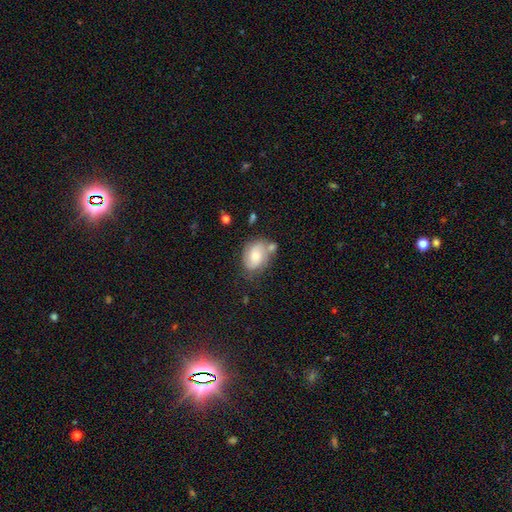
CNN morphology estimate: Smooth or featured? Predicted: smooth (p=0.47). Merging? Predicted: none (p=0.52).